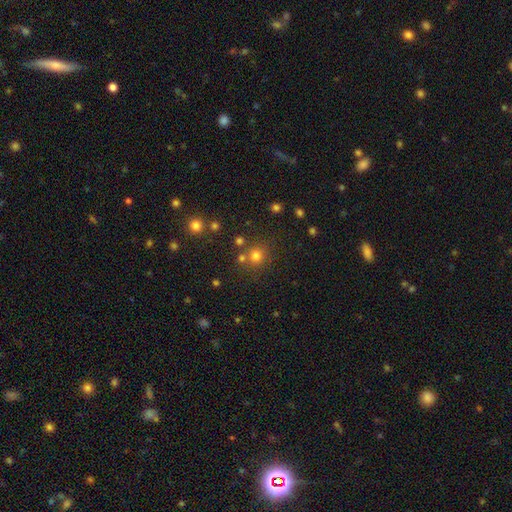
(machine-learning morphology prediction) This is likely a smooth galaxy (74%). How rounded: clearly round (90%). Merging: likely none (75%).